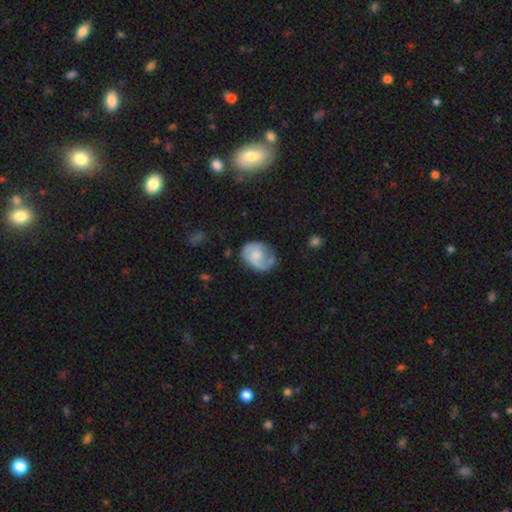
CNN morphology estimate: Q: Smooth or featured?
A: featured or disk (54%); runner-up: smooth (39%)
Q: Edge-on disk?
A: no (97%); runner-up: yes (3%)
Q: Bar?
A: no (64%); runner-up: weak (32%)
Q: Spiral arms?
A: yes (79%); runner-up: no (21%)
Q: Bulge size?
A: moderate (38%); tied with: small (38%)
Q: Merging?
A: none (46%); runner-up: minor disturbance (30%)